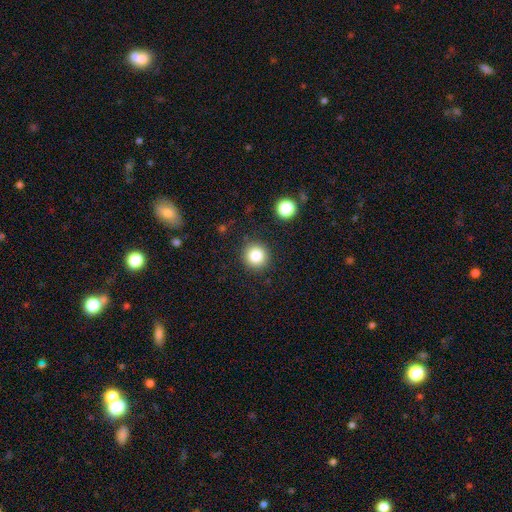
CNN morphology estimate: The model was most divided on "smooth or featured": smooth: 83%, star or artifact: 11%, featured or disk: 6%. More confident: how rounded — round (92%); merging — none (88%).